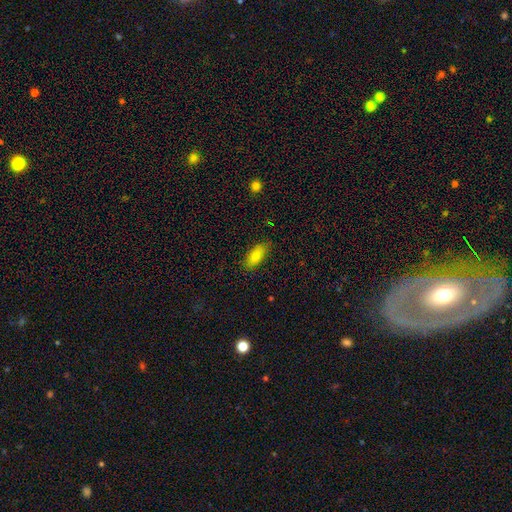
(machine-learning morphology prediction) Q: Smooth or featured?
A: smooth (84%); runner-up: star or artifact (8%)
Q: How rounded?
A: in between (84%); runner-up: cigar-shaped (14%)
Q: Merging?
A: none (84%); runner-up: minor disturbance (12%)